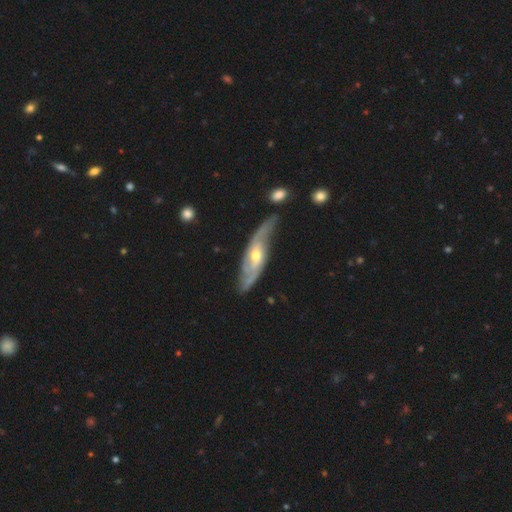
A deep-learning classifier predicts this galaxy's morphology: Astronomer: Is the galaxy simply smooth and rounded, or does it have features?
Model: featured or disk — 80%.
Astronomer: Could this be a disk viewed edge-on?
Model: no — 78%.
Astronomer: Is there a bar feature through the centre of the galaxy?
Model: no — 57% (runner-up: weak, 34%).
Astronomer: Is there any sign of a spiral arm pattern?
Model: yes — 92%.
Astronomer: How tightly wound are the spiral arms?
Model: medium — 41% (runner-up: loose, 32%).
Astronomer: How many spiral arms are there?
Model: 2 — 66%.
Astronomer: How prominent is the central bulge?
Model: moderate — 56% (runner-up: small, 39%).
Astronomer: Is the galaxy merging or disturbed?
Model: none — 61%.